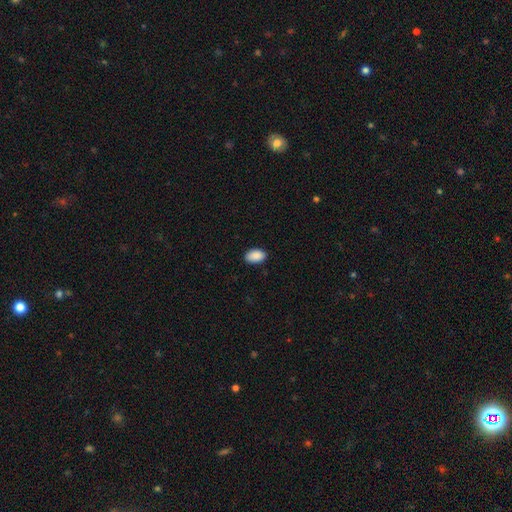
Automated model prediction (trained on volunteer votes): A smooth galaxy with no disk features (90%) that is in between round and cigar-shaped (93%).

Vote fractions:
- Smooth or featured? smooth: 90% / star or artifact: 7% / featured or disk: 3%
- How rounded? in between: 93% / round: 6% / cigar-shaped: 1%
- Merging? none: 88% / minor disturbance: 10% / major disturbance: 2% / merger: 1%